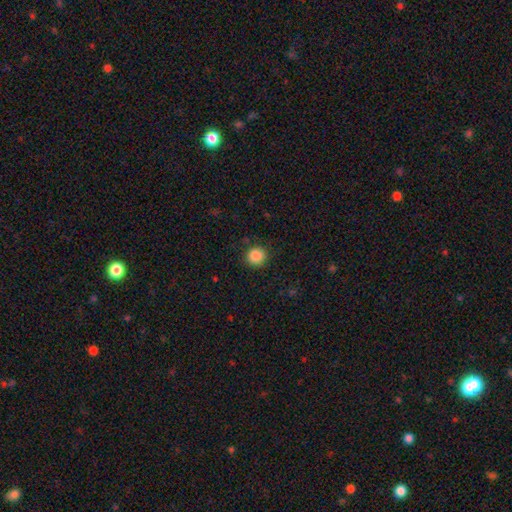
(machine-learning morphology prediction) This is clearly a smooth galaxy (87%). How rounded: clearly round (92%). Merging: clearly none (88%).